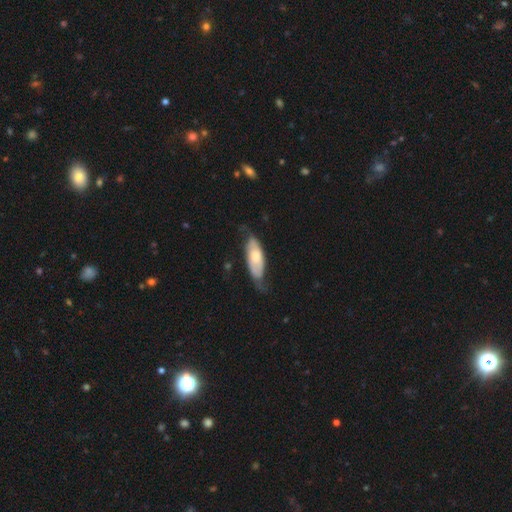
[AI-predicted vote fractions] Morphology: type=featured or disk (49%); merging=none (52%).